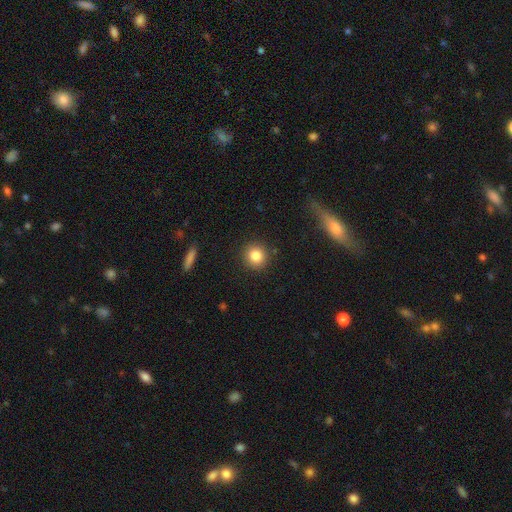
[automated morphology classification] smooth 84%, star or artifact 10%, featured or disk 6%. Down the decision tree: how rounded — round (92%); merging — none (90%).